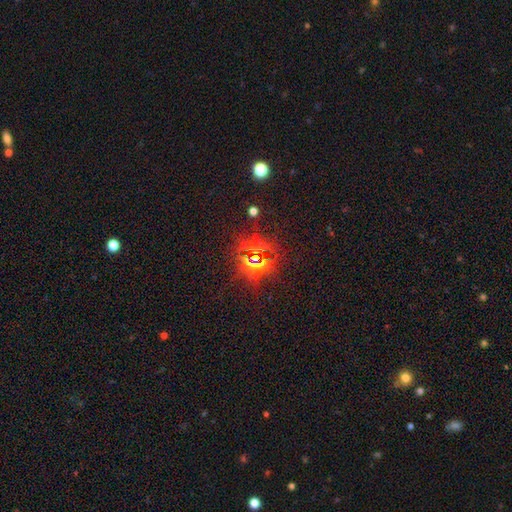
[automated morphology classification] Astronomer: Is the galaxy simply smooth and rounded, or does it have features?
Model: star or artifact — 79%.